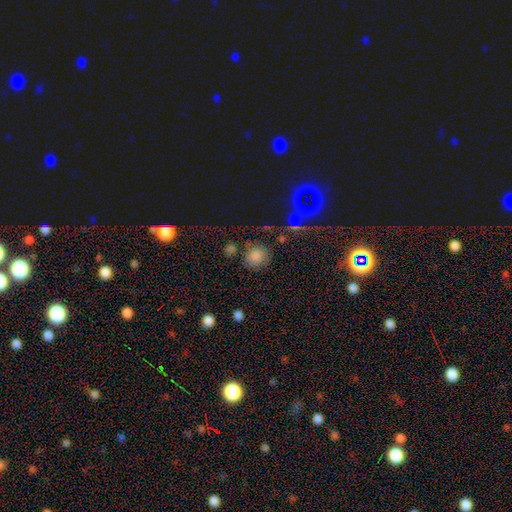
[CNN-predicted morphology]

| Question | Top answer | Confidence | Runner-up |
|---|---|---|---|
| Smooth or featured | smooth | 73% | star or artifact (19%) |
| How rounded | round | 82% | in between (17%) |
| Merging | none | 72% | minor disturbance (15%) |